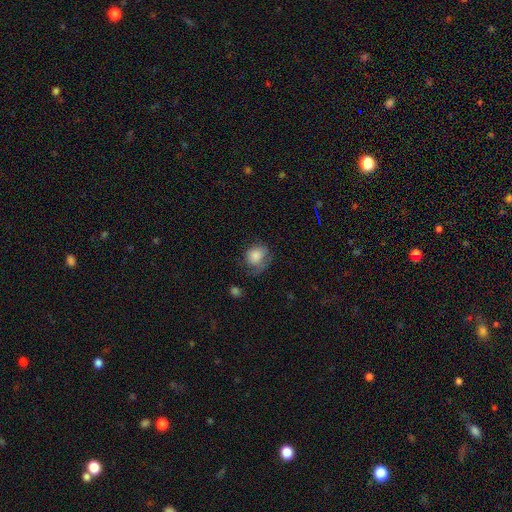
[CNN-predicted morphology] Smooth or featured?
  - smooth: 79% *
  - featured or disk: 13%
  - star or artifact: 8%
How rounded?
  - round: 56% *
  - in between: 43%
  - cigar-shaped: 1%
Merging?
  - none: 43% *
  - minor disturbance: 31%
  - major disturbance: 23%
  - merger: 3%